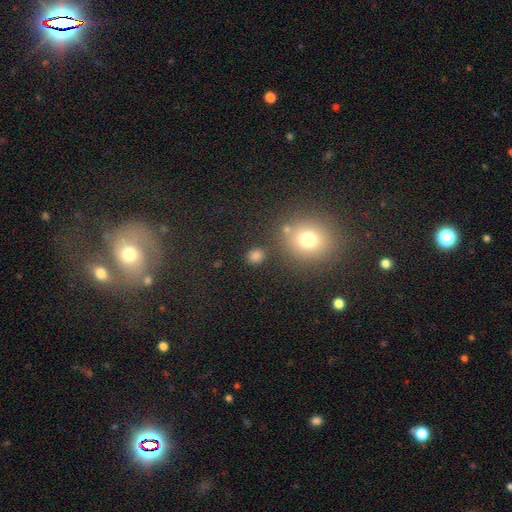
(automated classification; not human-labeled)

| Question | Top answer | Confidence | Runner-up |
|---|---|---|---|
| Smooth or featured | smooth | 77% | star or artifact (18%) |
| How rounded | round | 79% | in between (19%) |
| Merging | none | 82% | minor disturbance (8%) |